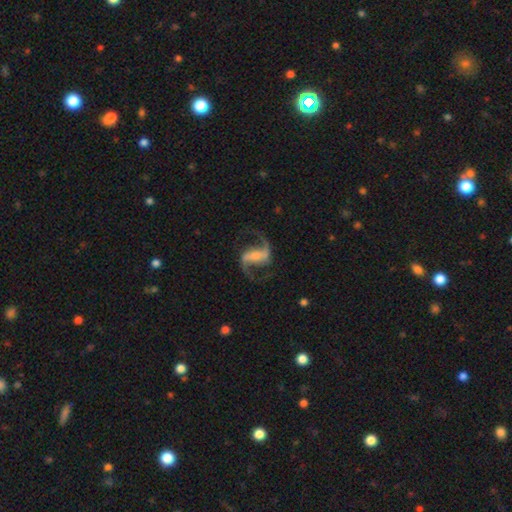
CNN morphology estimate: smooth_or_featured: featured or disk (p=0.91) [alt: star or artifact p=0.05]
disk_edge_on: no (p=0.97) [alt: yes p=0.03]
bar: strong (p=0.60) [alt: weak p=0.29]
has_spiral_arms: yes (p=0.97) [alt: no p=0.03]
spiral_winding: loose (p=0.53) [alt: medium p=0.41]
spiral_arm_count: 2 (p=0.94) [alt: 1 p=0.02]
bulge_size: small (p=0.47) [alt: moderate p=0.30]
merging: none (p=0.79) [alt: minor disturbance p=0.11]